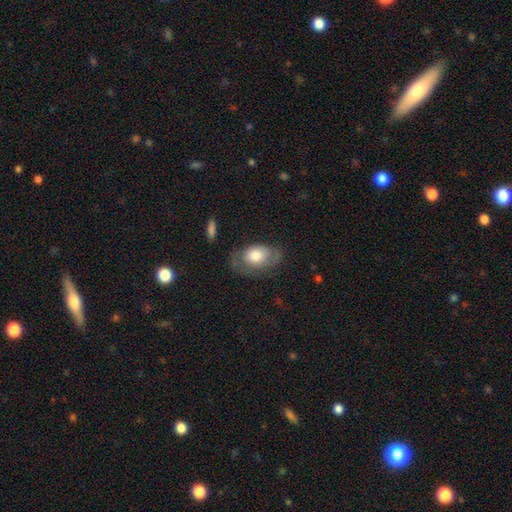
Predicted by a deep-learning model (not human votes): Q: Smooth or featured?
A: smooth (61%); runner-up: featured or disk (32%)
Q: How rounded?
A: in between (86%); runner-up: round (12%)
Q: Merging?
A: none (56%); runner-up: minor disturbance (26%)